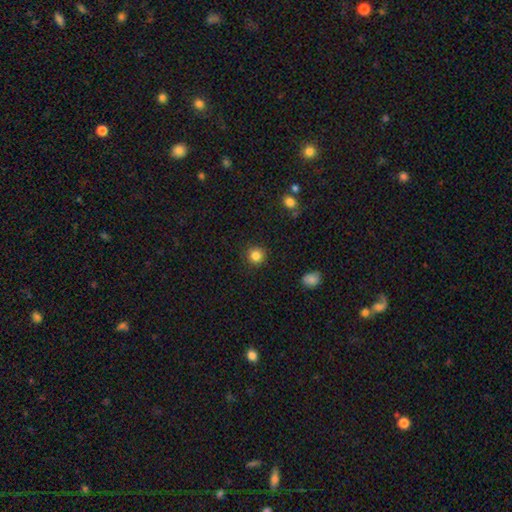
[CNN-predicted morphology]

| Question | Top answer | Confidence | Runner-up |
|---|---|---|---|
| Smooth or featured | smooth | 84% | star or artifact (12%) |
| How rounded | round | 94% | in between (5%) |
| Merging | none | 90% | minor disturbance (6%) |